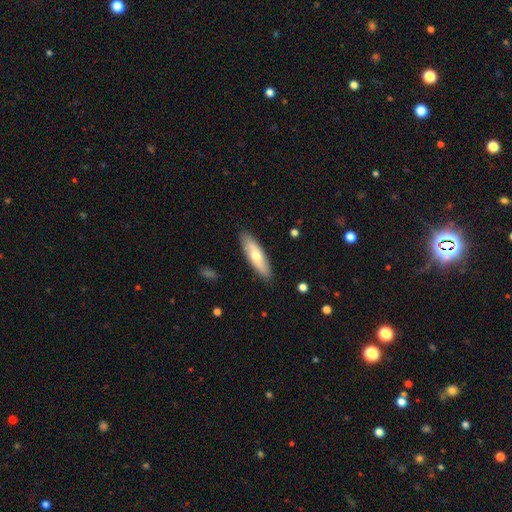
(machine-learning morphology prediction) This appears to be a smooth galaxy with no disk features (60%) that is cigar-shaped (56%). Merging: none (88%).